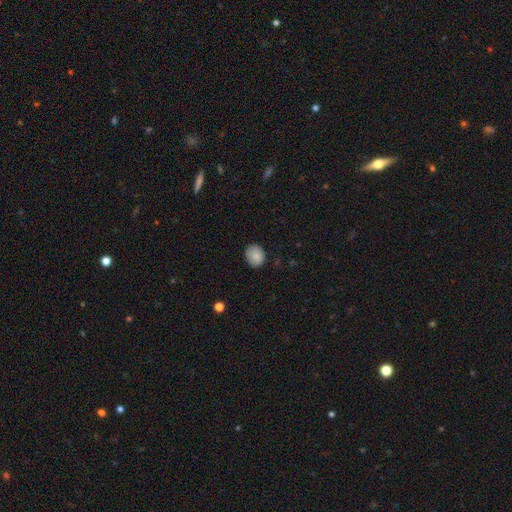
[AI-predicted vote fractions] Smooth or featured: smooth — 85% (star or artifact — 8%)
How rounded: round — 63% (in between — 36%)
Merging: none — 82% (minor disturbance — 14%)